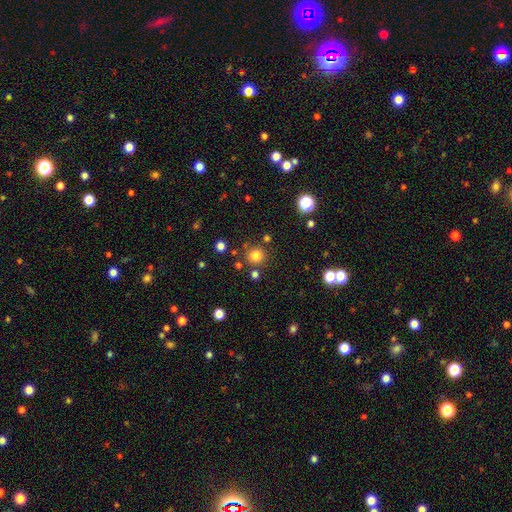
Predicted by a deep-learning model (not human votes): Smooth or featured? Predicted: smooth (p=0.79). How rounded? Predicted: round (p=0.93). Merging? Predicted: none (p=0.83).